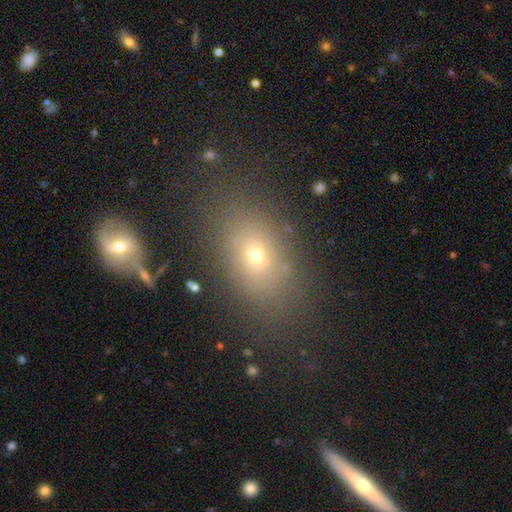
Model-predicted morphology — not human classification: Smooth or featured? smooth (66%)
How rounded? in between (78%)
Merging? none (79%)